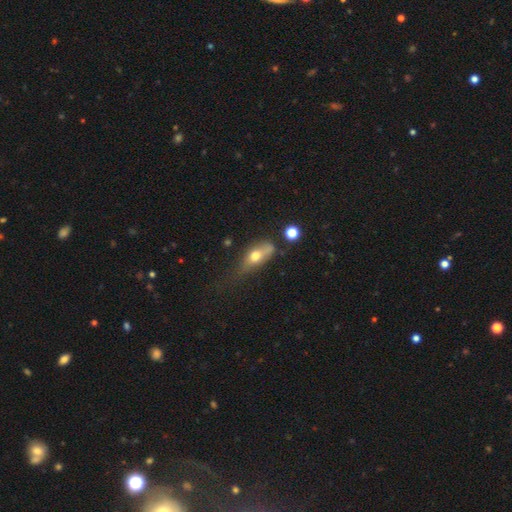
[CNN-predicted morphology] type=smooth (62%); roundness=in between (70%); merging=none (37%).